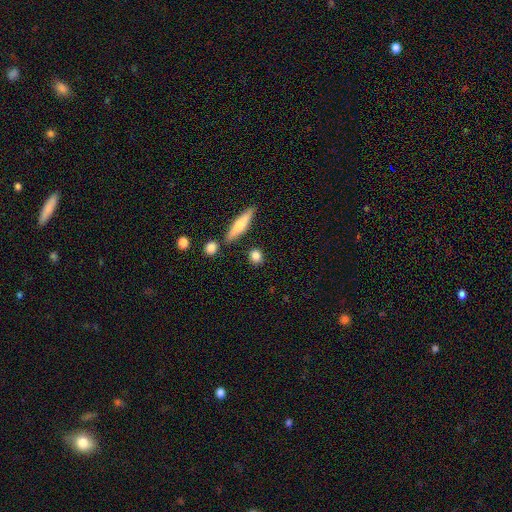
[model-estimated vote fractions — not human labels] Smooth or featured?
  - smooth: 81% *
  - featured or disk: 11%
  - star or artifact: 8%
How rounded?
  - round: 66% *
  - in between: 23%
  - cigar-shaped: 11%
Merging?
  - none: 83% *
  - minor disturbance: 9%
  - merger: 5%
  - major disturbance: 3%